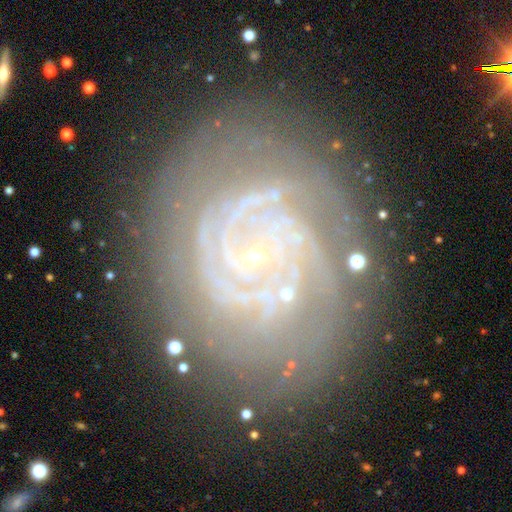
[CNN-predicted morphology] Smooth or featured? Predicted: featured or disk (p=0.84). Edge-on disk? Predicted: no (p=0.98). Bar? Predicted: no (p=0.73). Spiral arms? Predicted: yes (p=0.96). Spiral winding? Predicted: tight (p=0.75). Spiral arm count? Predicted: 2 (p=0.25). Bulge size? Predicted: small (p=0.86). Merging? Predicted: none (p=0.75).